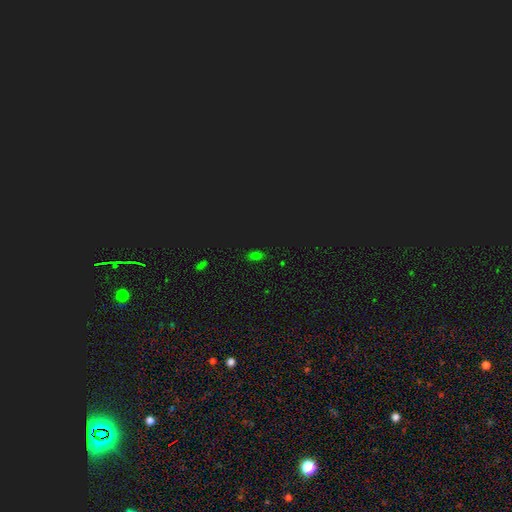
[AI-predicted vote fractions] A smooth galaxy with no disk features (57%) that is in between round and cigar-shaped (83%). Merging: none (83%).